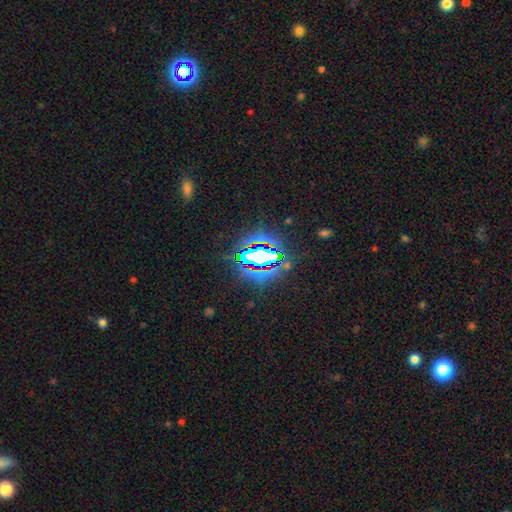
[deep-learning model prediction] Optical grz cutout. It shows a star or artifact, not a galaxy (68%).